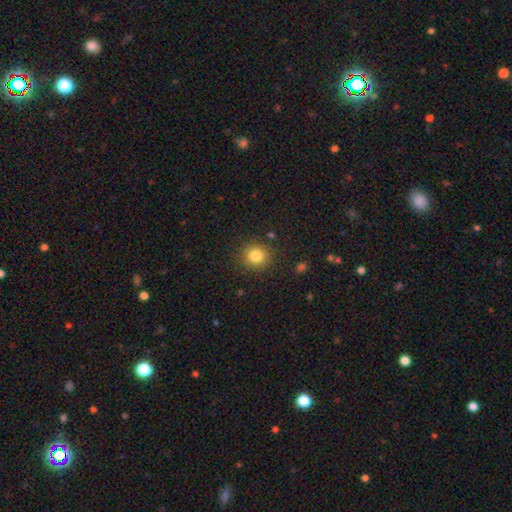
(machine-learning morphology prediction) This is clearly a smooth galaxy (82%). How rounded: clearly round (89%). Merging: clearly none (88%).